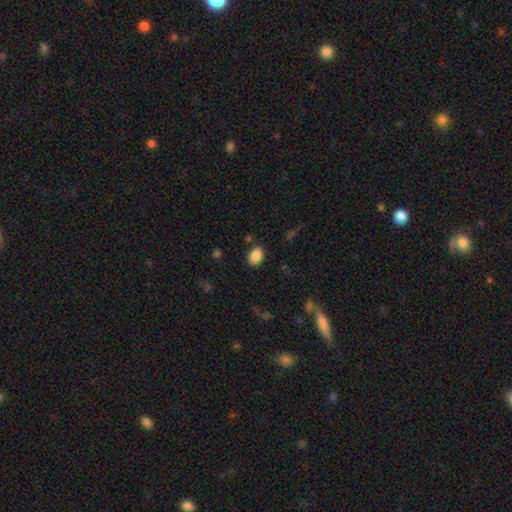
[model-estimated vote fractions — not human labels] The model was most divided on "how rounded": in between: 84%, round: 15%, cigar-shaped: 1%. More confident: smooth or featured — smooth (87%); merging — none (84%).